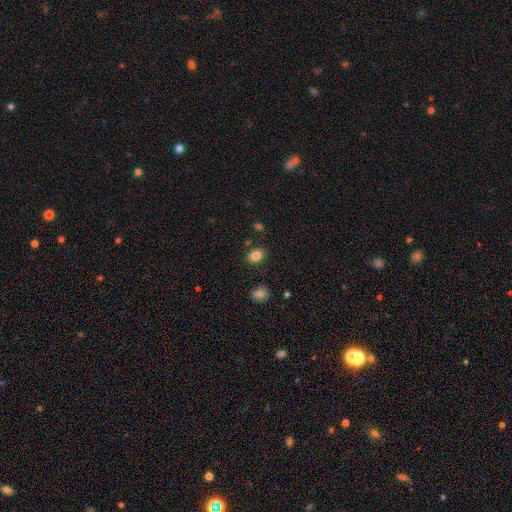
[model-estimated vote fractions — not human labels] Smooth or featured: smooth — 84% (star or artifact — 10%)
How rounded: in between — 67% (round — 32%)
Merging: none — 83% (minor disturbance — 11%)